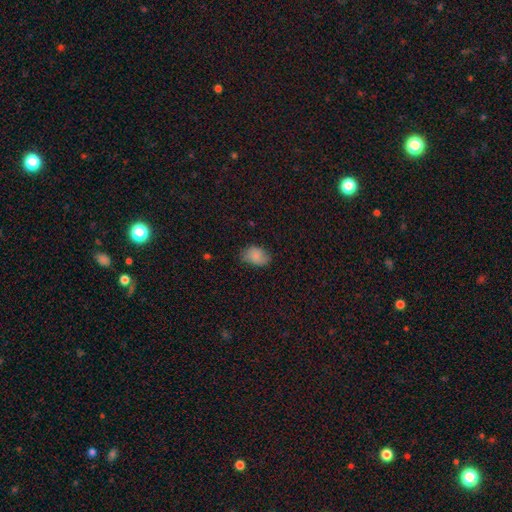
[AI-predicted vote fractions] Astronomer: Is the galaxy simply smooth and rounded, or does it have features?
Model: smooth — 83%.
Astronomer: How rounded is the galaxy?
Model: in between — 87%.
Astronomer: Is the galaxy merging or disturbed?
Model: none — 70%.